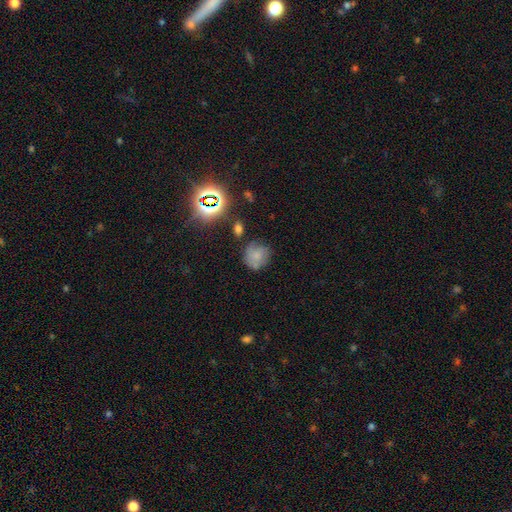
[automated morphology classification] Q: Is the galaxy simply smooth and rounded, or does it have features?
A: smooth — 66%.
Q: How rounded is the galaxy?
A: round — 78%.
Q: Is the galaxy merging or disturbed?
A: none — 59%.